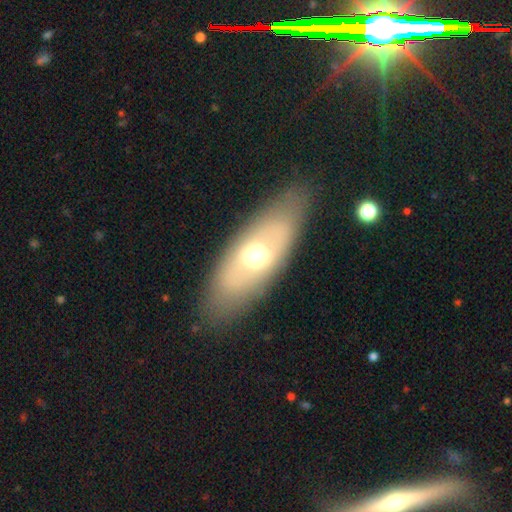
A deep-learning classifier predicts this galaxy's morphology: smooth_or_featured: smooth (p=0.53) [alt: featured or disk p=0.38]
how_rounded: in between (p=0.77) [alt: cigar-shaped p=0.18]
merging: none (p=0.84) [alt: minor disturbance p=0.10]